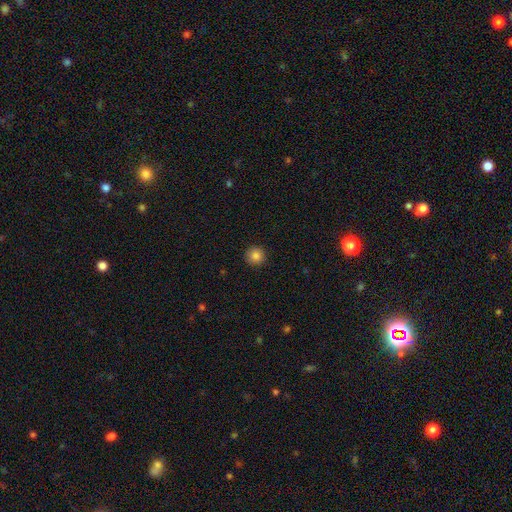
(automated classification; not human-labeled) Smooth or featured? Predicted: smooth (p=0.85). How rounded? Predicted: round (p=0.95). Merging? Predicted: none (p=0.91).